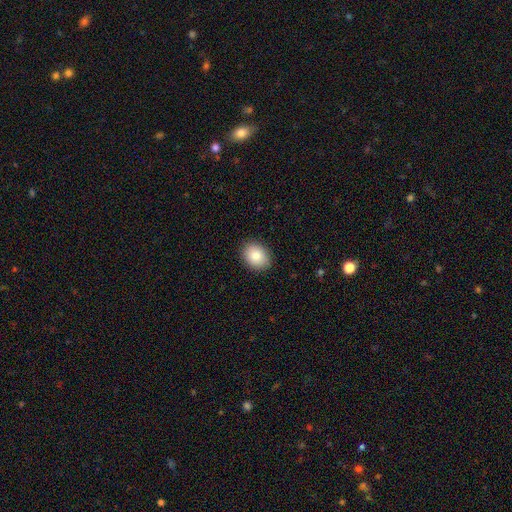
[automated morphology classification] type=smooth (84%); roundness=in between (57%); merging=none (90%).